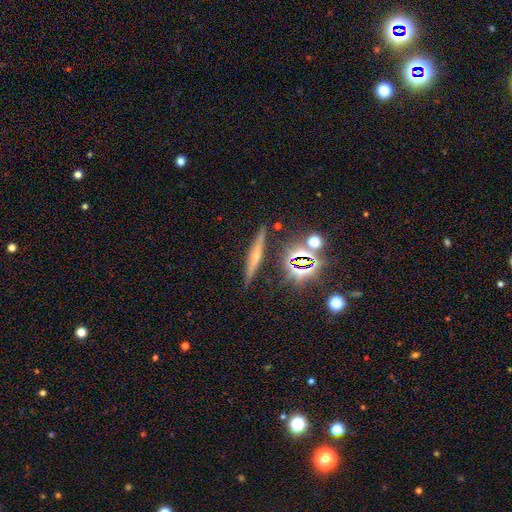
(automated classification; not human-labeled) Morphology: type=featured or disk (56%); edge-on=yes (94%); edge-on bulge=rounded (80%); merging=none (87%).